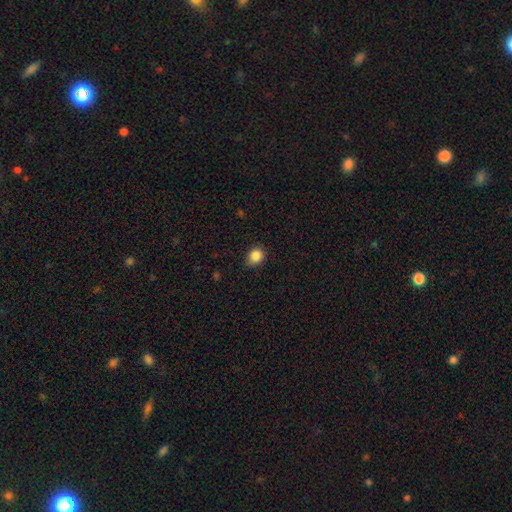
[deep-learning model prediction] Morphology: type=smooth (86%); roundness=round (71%); merging=none (79%).